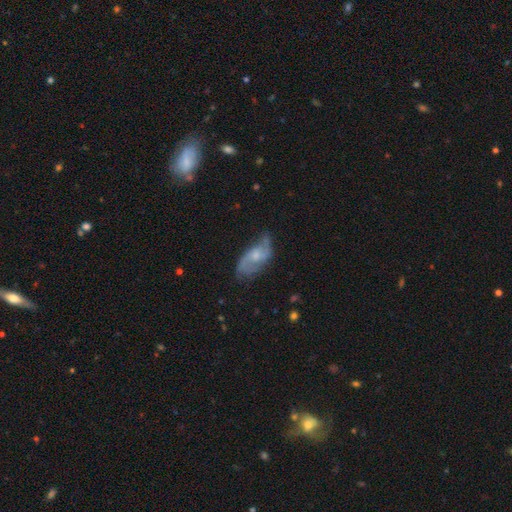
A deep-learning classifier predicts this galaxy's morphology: smooth-or-featured: featured or disk: 70% | smooth: 23% | star or artifact: 7%
  disk-edge-on: no: 94% | yes: 6%
    bar: no: 60% | weak: 34% | strong: 5%
    has-spiral-arms: yes: 89% | no: 11%
      spiral-winding: loose: 47% | medium: 39% | tight: 14%
      spiral-arm-count: 2: 82% | can't tell: 10% | 1: 3% | 3: 2% | 4: 1% | more than 4: 1%
    bulge-size: small: 46% | moderate: 37% | none: 12% | large: 3% | dominant: 1%
  merging: none: 58% | minor disturbance: 27% | major disturbance: 13% | merger: 2%